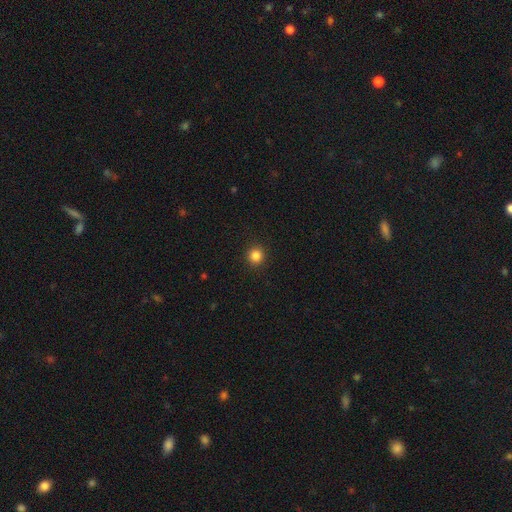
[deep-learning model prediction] smooth_or_featured: smooth (p=0.85) [alt: star or artifact p=0.12]
how_rounded: round (p=0.94) [alt: in between p=0.06]
merging: none (p=0.92) [alt: minor disturbance p=0.05]